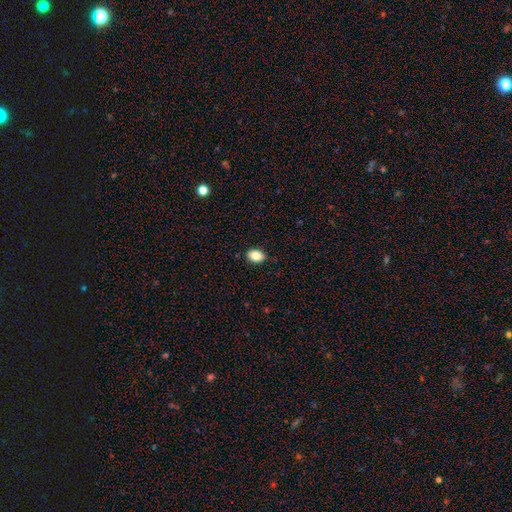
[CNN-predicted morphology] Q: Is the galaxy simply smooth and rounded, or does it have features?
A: smooth — 85%.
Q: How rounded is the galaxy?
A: in between — 76%.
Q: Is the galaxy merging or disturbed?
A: none — 88%.